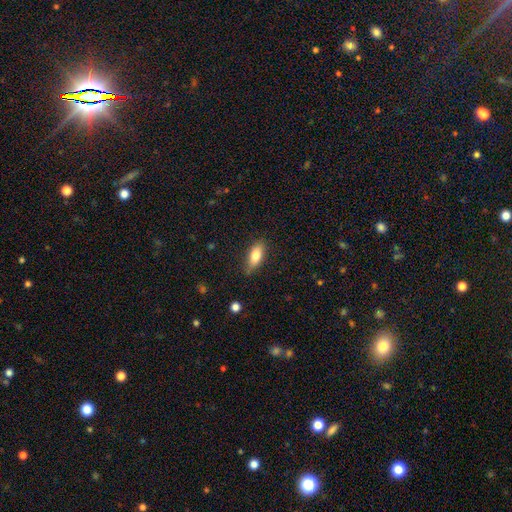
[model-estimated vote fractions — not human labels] Overall: smooth (79%). How rounded: in between (78%). Merging: none (81%).